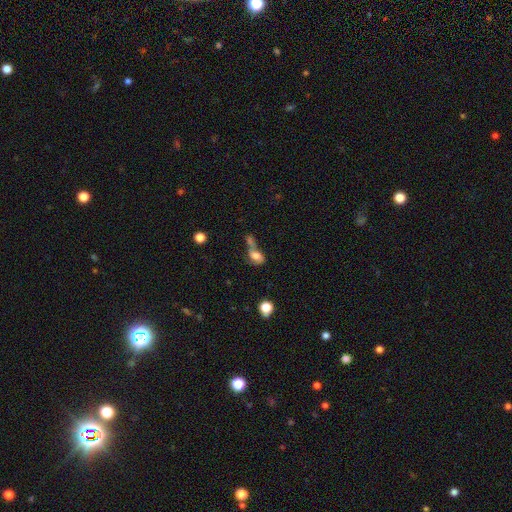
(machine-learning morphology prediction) A smooth galaxy with no disk features (66%) that is in between round and cigar-shaped (76%). Merging: merger (59%).